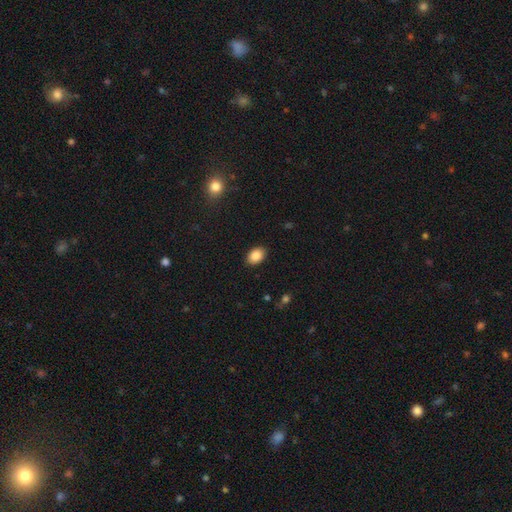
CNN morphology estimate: This appears to be a smooth galaxy with no disk features (88%) that is in between round and cigar-shaped (80%). Merging: none (89%).